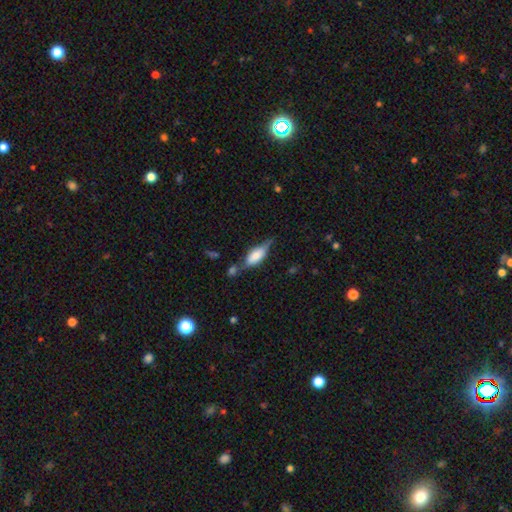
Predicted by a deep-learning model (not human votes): A smooth galaxy with no disk features (59%) that is in between round and cigar-shaped (72%).

Vote fractions:
- Smooth or featured? smooth: 59% / featured or disk: 34% / star or artifact: 7%
- How rounded? in between: 72% / cigar-shaped: 26% / round: 3%
- Merging? none: 49% / minor disturbance: 26% / merger: 14% / major disturbance: 11%